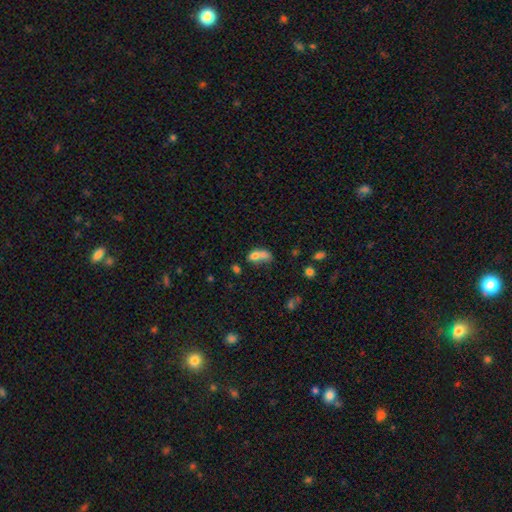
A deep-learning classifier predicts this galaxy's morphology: The model was most divided on "how rounded": in between: 65%, round: 31%, cigar-shaped: 3%. More confident: smooth or featured — smooth (69%); merging — merger (68%).